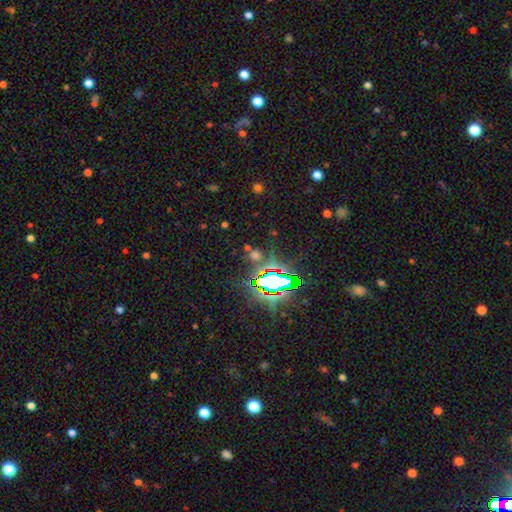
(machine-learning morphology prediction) This is likely a star or artifact rather than a galaxy (62%).